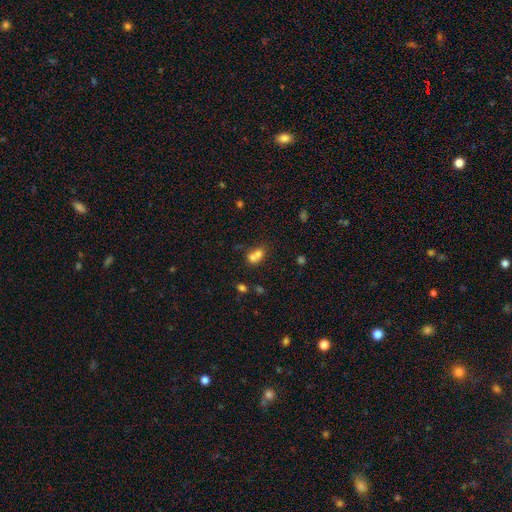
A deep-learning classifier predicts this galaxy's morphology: This appears to be a smooth galaxy with no disk features (68%) that is round (54%). Merging: merger (67%).